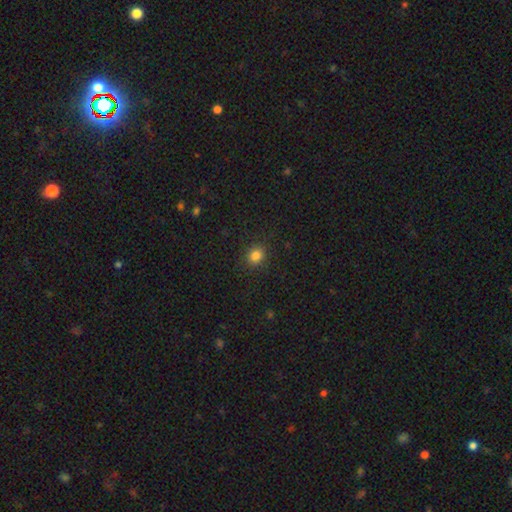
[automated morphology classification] Smooth or featured: smooth — 83% (star or artifact — 13%)
How rounded: round — 69% (in between — 30%)
Merging: none — 88% (minor disturbance — 8%)